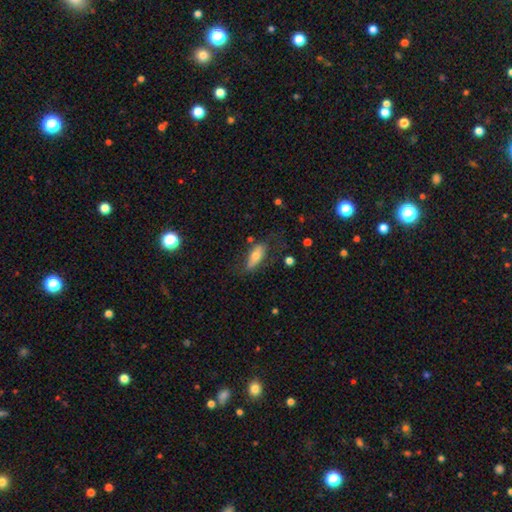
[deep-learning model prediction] The model was most divided on "merging": none: 58%, minor disturbance: 24%, major disturbance: 15%, merger: 3%. More confident: how rounded — in between (73%); smooth or featured — smooth (64%).